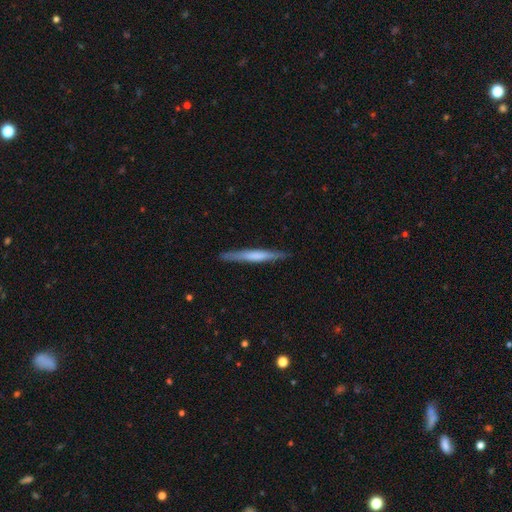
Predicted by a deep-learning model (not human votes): smooth-or-featured: featured or disk: 48% | smooth: 46% | star or artifact: 5%
  merging: none: 89% | minor disturbance: 9% | major disturbance: 2% | merger: 1%